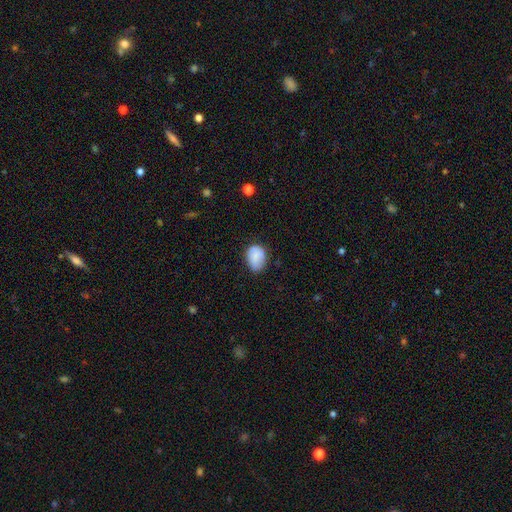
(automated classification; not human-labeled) Smooth or featured?
  - smooth: 81% *
  - featured or disk: 11%
  - star or artifact: 8%
How rounded?
  - in between: 72% *
  - round: 27%
  - cigar-shaped: 1%
Merging?
  - none: 63% *
  - minor disturbance: 28%
  - major disturbance: 6%
  - merger: 2%